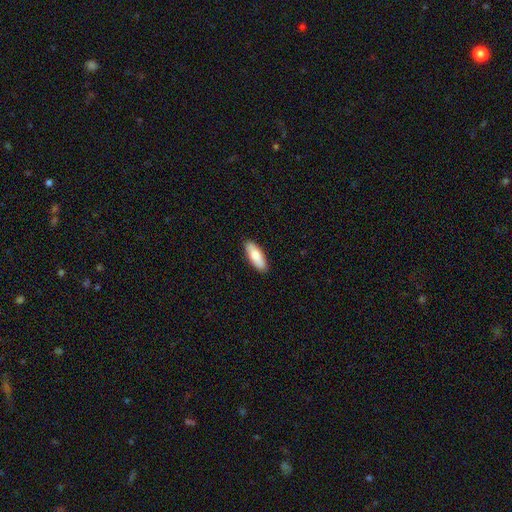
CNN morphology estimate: smooth 83%, featured or disk 12%, star or artifact 5%. Down the decision tree: how rounded — in between (66%); merging — none (89%).